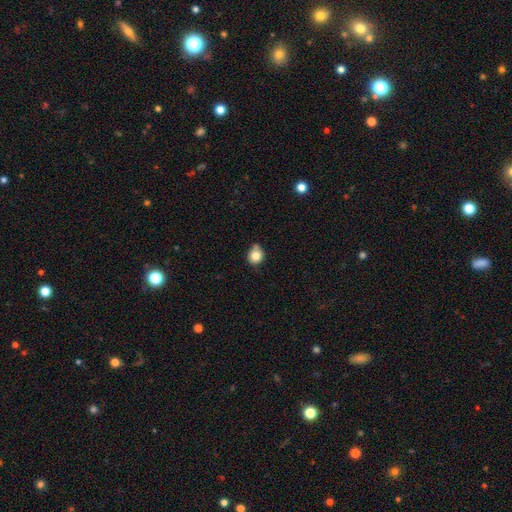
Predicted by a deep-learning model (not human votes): Smooth or featured: smooth — 82% (star or artifact — 10%)
How rounded: round — 84% (in between — 15%)
Merging: none — 64% (minor disturbance — 23%)